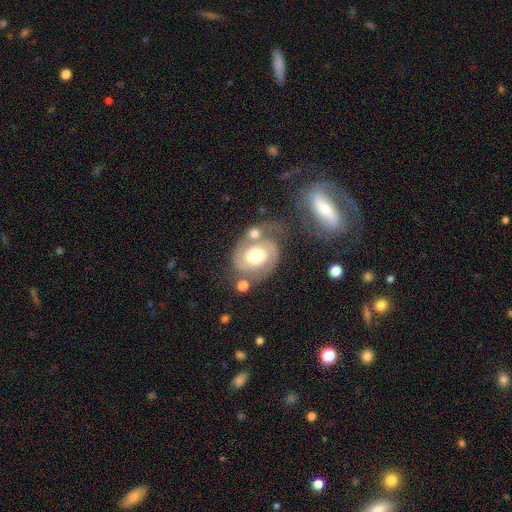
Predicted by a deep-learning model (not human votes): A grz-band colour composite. It shows a featured or disk galaxy (78%) with no bar (67%), 2 (85%) tight (50%) spiral arms (90%) and a moderate central bulge (62%). Merging: none (51%).